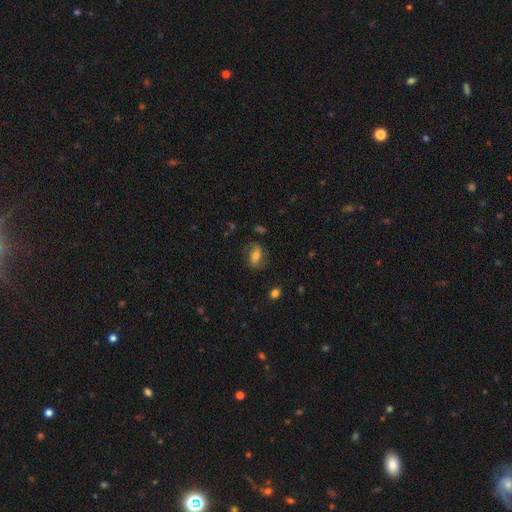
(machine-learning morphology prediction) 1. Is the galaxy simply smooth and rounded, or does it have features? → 62% smooth, 28% featured or disk, 9% star or artifact.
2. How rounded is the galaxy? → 76% in between, 20% round, 4% cigar-shaped.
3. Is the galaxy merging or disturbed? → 75% none, 17% minor disturbance, 6% major disturbance, 2% merger.